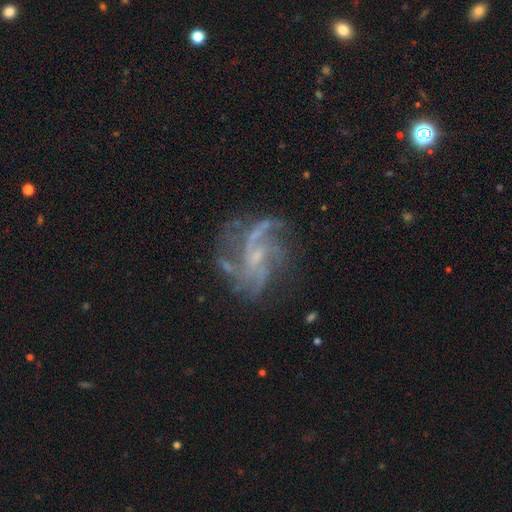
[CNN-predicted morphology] smooth_or_featured: featured or disk (p=0.82) [alt: star or artifact p=0.11]
disk_edge_on: no (p=0.97) [alt: yes p=0.03]
bar: no (p=0.50) [alt: weak p=0.40]
has_spiral_arms: yes (p=0.93) [alt: no p=0.07]
spiral_winding: medium (p=0.43) [alt: loose p=0.40]
spiral_arm_count: 4 (p=0.24) [tied with: 3 p=0.24]
bulge_size: small (p=0.62) [alt: none p=0.21]
merging: none (p=0.64) [alt: major disturbance p=0.17]